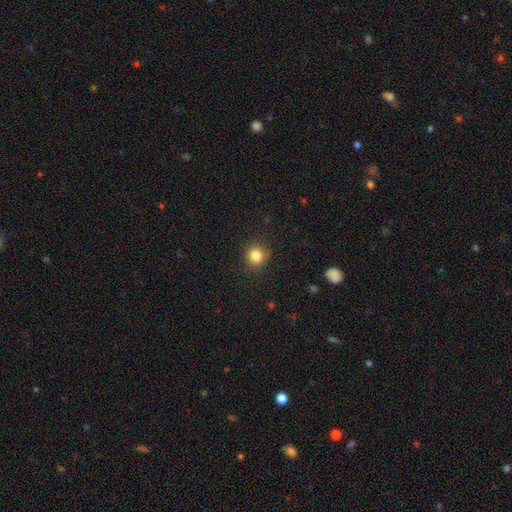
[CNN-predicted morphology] smooth-or-featured: smooth: 84% | star or artifact: 11% | featured or disk: 5%
  how-rounded: round: 89% | in between: 10% | cigar-shaped: 1%
  merging: none: 88% | minor disturbance: 9% | major disturbance: 3% | merger: 1%